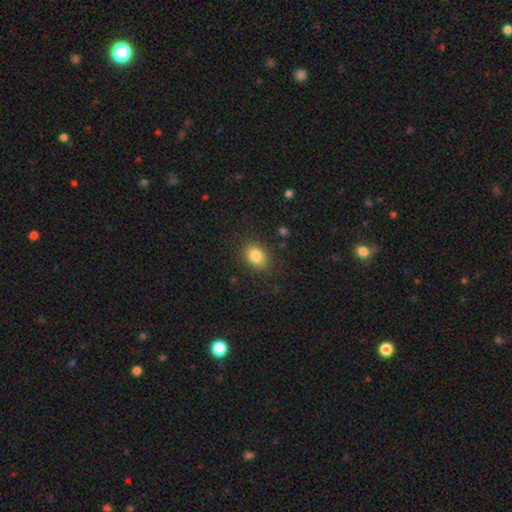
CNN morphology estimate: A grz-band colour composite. It shows a smooth galaxy with no disk features (84%) that is in between round and cigar-shaped (61%). Merging: none (84%).